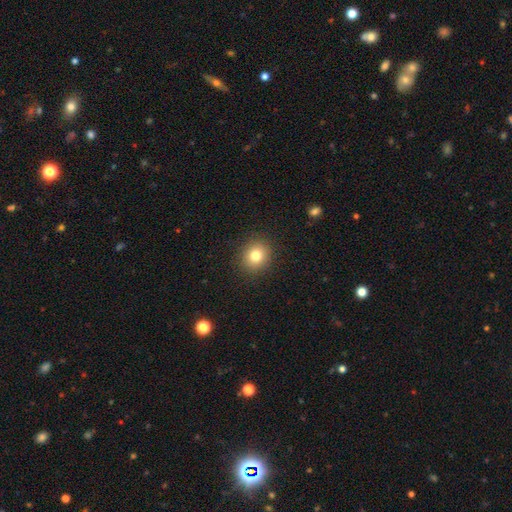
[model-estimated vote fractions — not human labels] Overall: smooth (81%). How rounded: round (81%). Merging: none (90%).